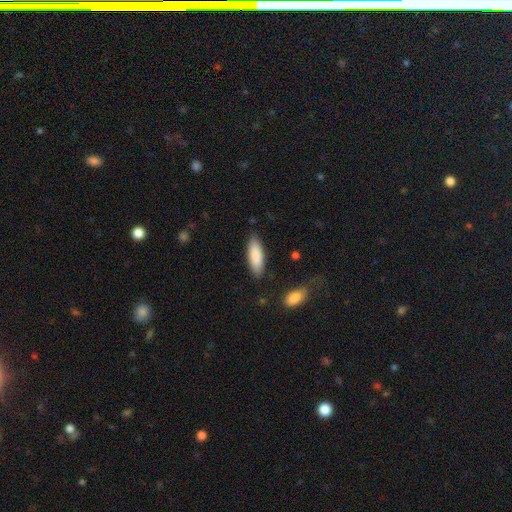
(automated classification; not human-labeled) Smooth or featured? Predicted: smooth (p=0.86). How rounded? Predicted: in between (p=0.58). Merging? Predicted: none (p=0.84).